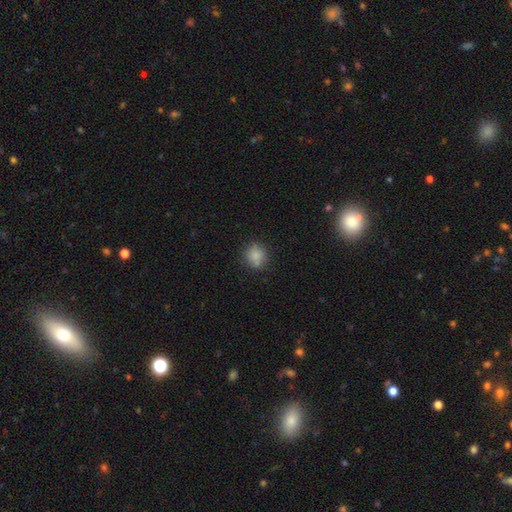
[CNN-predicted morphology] smooth_or_featured: smooth (p=0.82) [alt: star or artifact p=0.10]
how_rounded: round (p=0.83) [alt: in between p=0.16]
merging: none (p=0.76) [alt: minor disturbance p=0.16]